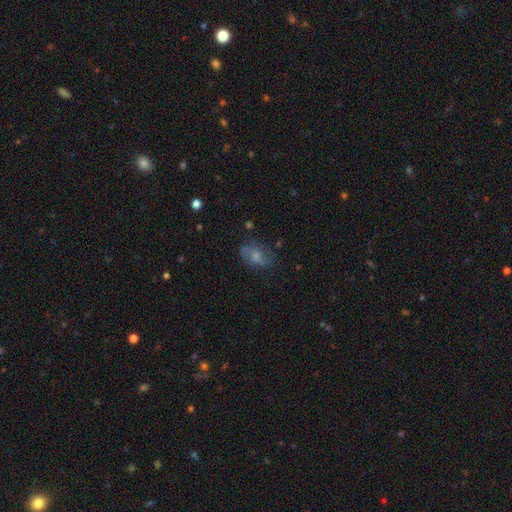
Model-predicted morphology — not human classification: Q: Smooth or featured?
A: smooth (49%); runner-up: featured or disk (40%)
Q: Merging?
A: none (63%); runner-up: minor disturbance (23%)